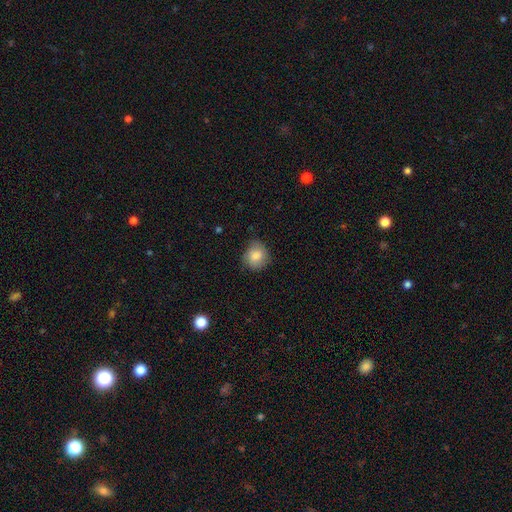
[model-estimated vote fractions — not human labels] This appears to be a smooth galaxy with no disk features (79%) that is round (80%). Merging: none (71%).